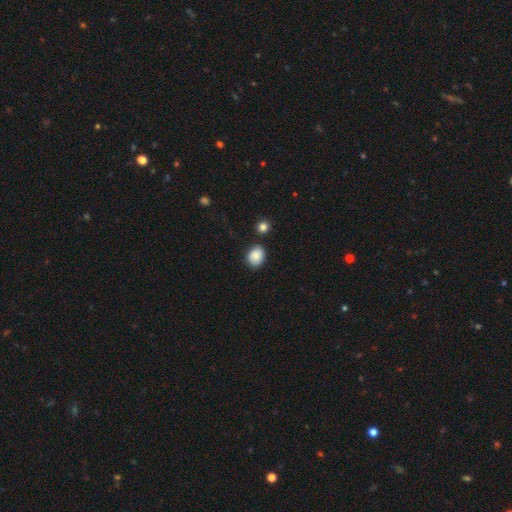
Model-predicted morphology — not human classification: smooth 86%, star or artifact 8%, featured or disk 6%. Down the decision tree: how rounded — round (52%); merging — none (81%).